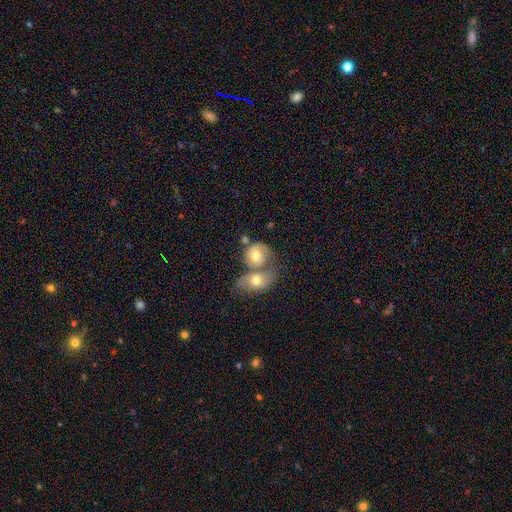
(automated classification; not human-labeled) A smooth galaxy with no disk features (60%) that is round (58%). Merging: merger (70%).